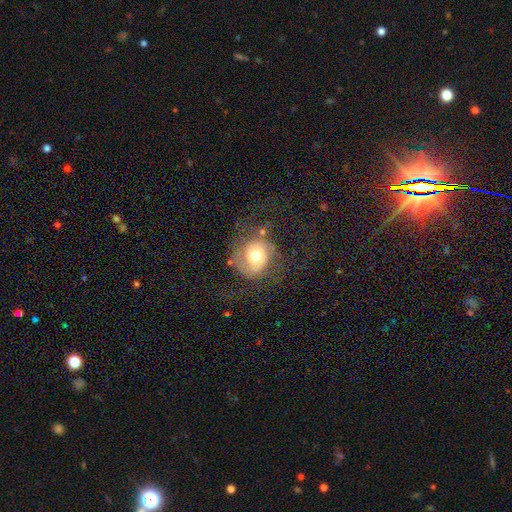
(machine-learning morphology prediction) Smooth or featured? featured or disk (56%)
Edge-on disk? no (97%)
Bar? no (71%)
Spiral arms? yes (79%)
Bulge size? moderate (66%)
Merging? none (53%)